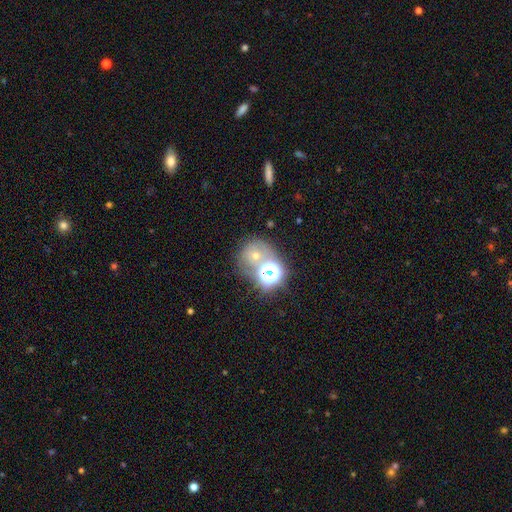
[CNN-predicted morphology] A star or artifact, not a galaxy (43%).

Vote fractions:
- Smooth or featured? star or artifact: 43% / smooth: 39% / featured or disk: 18%